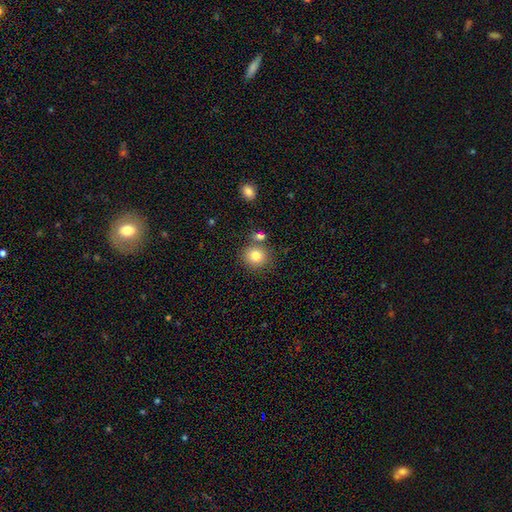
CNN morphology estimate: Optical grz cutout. It shows a smooth galaxy with no disk features (82%) that is round (86%). Merging: none (75%).